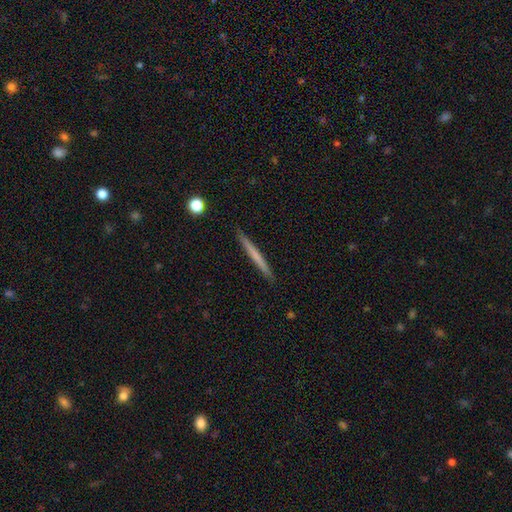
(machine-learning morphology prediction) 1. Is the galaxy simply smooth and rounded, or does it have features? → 57% smooth, 38% featured or disk, 6% star or artifact.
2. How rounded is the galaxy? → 97% cigar-shaped, 2% in between, 1% round.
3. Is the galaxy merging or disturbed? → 91% none, 6% minor disturbance, 1% major disturbance, 1% merger.